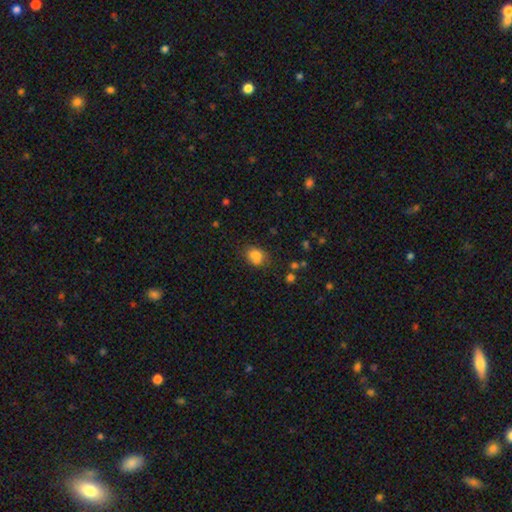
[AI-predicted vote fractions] Smooth or featured: smooth — 78% (star or artifact — 12%)
How rounded: round — 50% (in between — 49%)
Merging: none — 54% (minor disturbance — 20%)